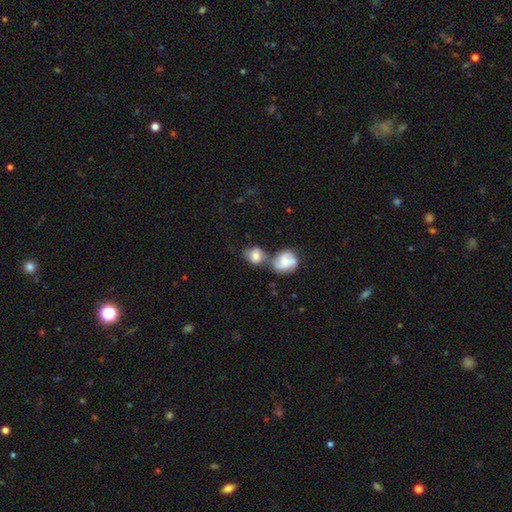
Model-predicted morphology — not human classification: type=smooth (71%); roundness=round (58%); merging=merger (48%).